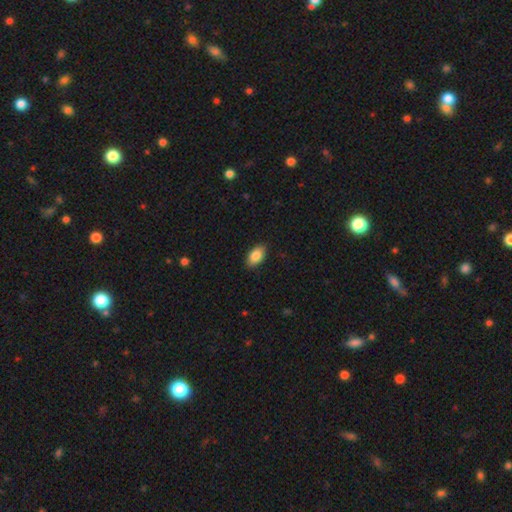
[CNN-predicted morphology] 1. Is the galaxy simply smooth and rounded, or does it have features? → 86% smooth, 7% star or artifact, 7% featured or disk.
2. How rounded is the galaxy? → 93% in between, 5% round, 2% cigar-shaped.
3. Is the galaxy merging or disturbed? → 88% none, 9% minor disturbance, 2% major disturbance, 1% merger.